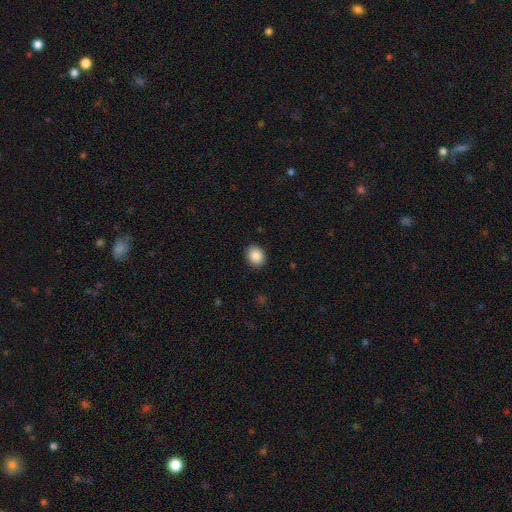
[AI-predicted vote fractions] The model was most divided on "how rounded": round: 55%, in between: 45%, cigar-shaped: 1%. More confident: merging — none (90%); smooth or featured — smooth (88%).